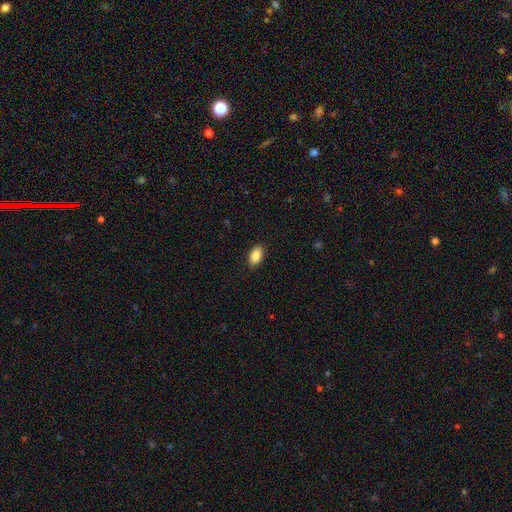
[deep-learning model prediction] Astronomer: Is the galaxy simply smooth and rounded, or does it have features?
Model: smooth — 88%.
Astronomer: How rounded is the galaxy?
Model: in between — 93%.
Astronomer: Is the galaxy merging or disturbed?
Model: none — 89%.